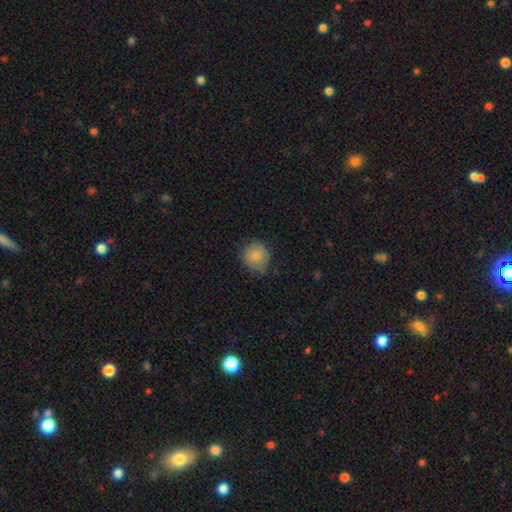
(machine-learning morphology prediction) A smooth galaxy with no disk features (79%) that is round (87%). Merging: none (68%).